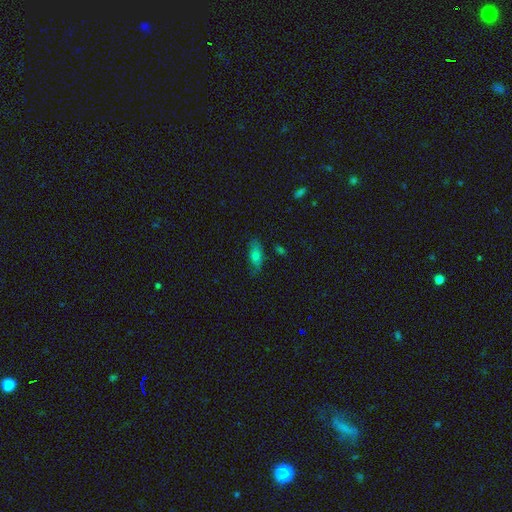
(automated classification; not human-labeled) Overall: smooth (72%). How rounded: in between (78%). Merging: none (73%).